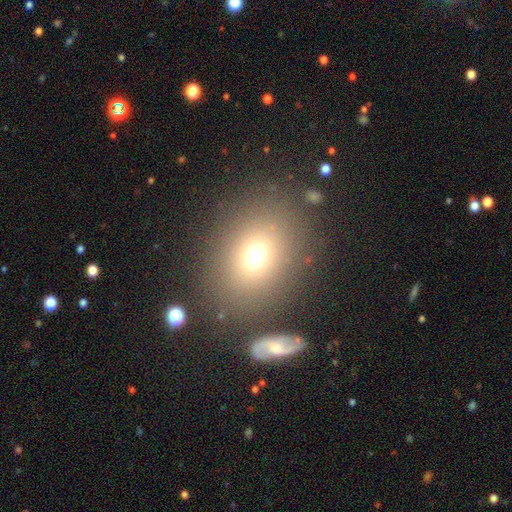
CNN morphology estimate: smooth_or_featured: smooth (p=0.71) [alt: star or artifact p=0.15]
how_rounded: round (p=0.50) [alt: in between p=0.49]
merging: none (p=0.77) [alt: minor disturbance p=0.11]